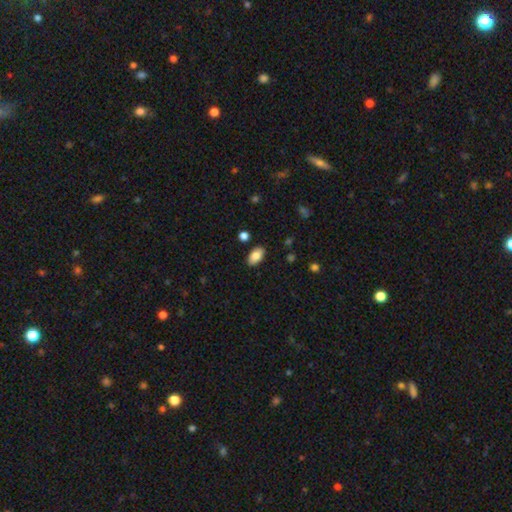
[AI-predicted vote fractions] smooth 84%, featured or disk 9%, star or artifact 7%. Down the decision tree: how rounded — in between (93%); merging — none (87%).